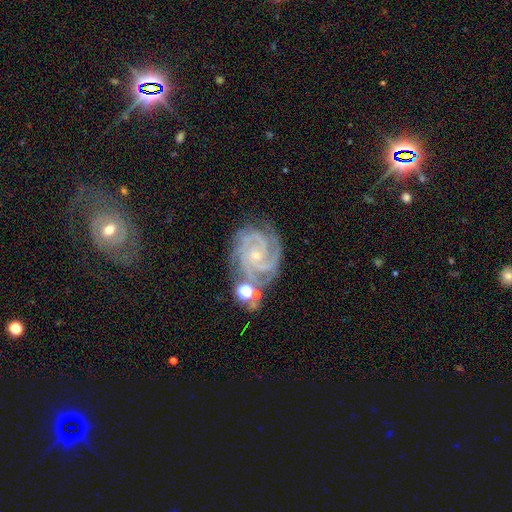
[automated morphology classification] Smooth or featured?
  - featured or disk: 90% *
  - star or artifact: 6%
  - smooth: 4%
Edge-on disk?
  - no: 98% *
  - yes: 2%
Bar?
  - no: 73% *
  - weak: 20%
  - strong: 7%
Spiral arms?
  - yes: 99% *
  - no: 1%
Spiral winding?
  - tight: 74% *
  - medium: 24%
  - loose: 3%
Spiral arm count?
  - 3: 45% *
  - 4: 19%
  - 2: 17%
  - can't tell: 9%
  - more than 4: 5%
  - 1: 5%
Bulge size?
  - small: 78% *
  - moderate: 17%
  - none: 3%
  - large: 1%
  - dominant: 1%
Merging?
  - none: 68% *
  - minor disturbance: 18%
  - merger: 7%
  - major disturbance: 6%